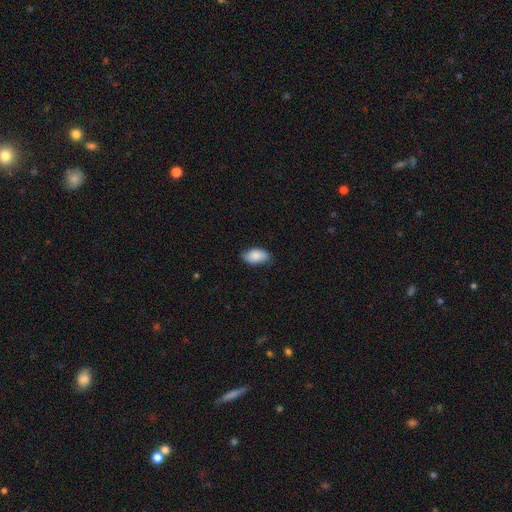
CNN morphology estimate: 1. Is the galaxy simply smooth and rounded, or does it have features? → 85% smooth, 8% featured or disk, 7% star or artifact.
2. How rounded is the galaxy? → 93% in between, 5% round, 2% cigar-shaped.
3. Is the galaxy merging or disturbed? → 76% none, 20% minor disturbance, 3% major disturbance, 1% merger.